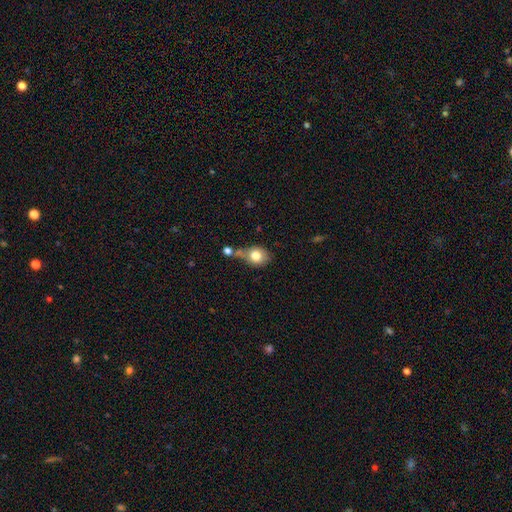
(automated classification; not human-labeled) Q: Smooth or featured?
A: smooth (79%); runner-up: featured or disk (12%)
Q: How rounded?
A: round (57%); runner-up: in between (42%)
Q: Merging?
A: none (40%); runner-up: merger (28%)